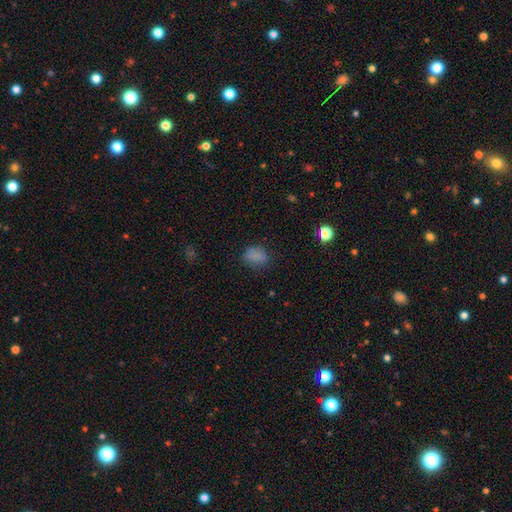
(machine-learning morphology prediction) A smooth galaxy with no disk features (81%) that is in between round and cigar-shaped (69%).

Vote fractions:
- Smooth or featured? smooth: 81% / star or artifact: 14% / featured or disk: 6%
- How rounded? in between: 69% / round: 29% / cigar-shaped: 2%
- Merging? none: 74% / minor disturbance: 19% / major disturbance: 6% / merger: 1%